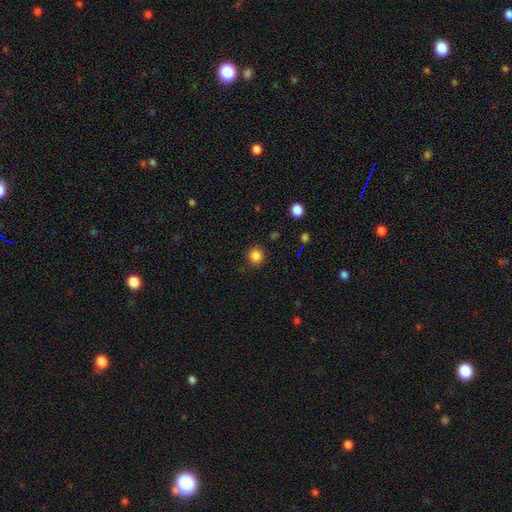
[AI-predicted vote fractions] A smooth galaxy with no disk features (85%) that is round (92%). Merging: none (89%).